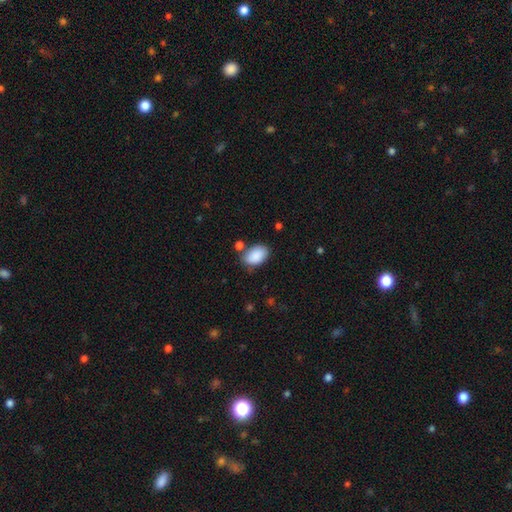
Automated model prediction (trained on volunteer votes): Smooth or featured?
  - smooth: 89% *
  - star or artifact: 7%
  - featured or disk: 4%
How rounded?
  - in between: 91% *
  - round: 8%
  - cigar-shaped: 1%
Merging?
  - none: 71% *
  - minor disturbance: 16%
  - merger: 9%
  - major disturbance: 4%